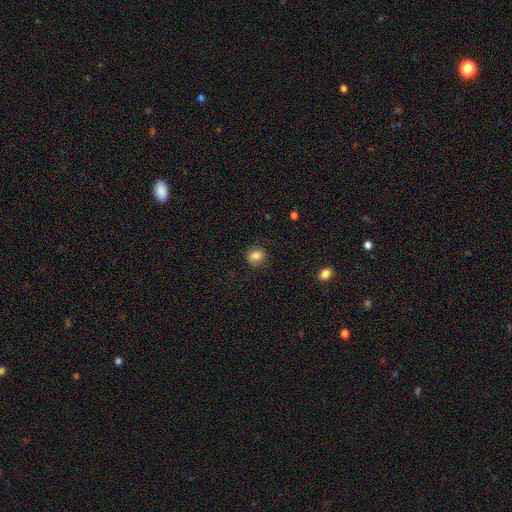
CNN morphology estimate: A smooth galaxy with no disk features (84%) that is round (73%).

Vote fractions:
- Smooth or featured? smooth: 84% / star or artifact: 10% / featured or disk: 6%
- How rounded? round: 73% / in between: 26% / cigar-shaped: 1%
- Merging? none: 86% / minor disturbance: 11% / major disturbance: 3% / merger: 1%